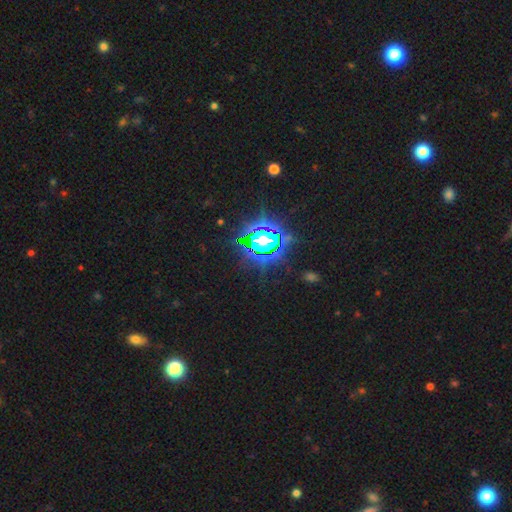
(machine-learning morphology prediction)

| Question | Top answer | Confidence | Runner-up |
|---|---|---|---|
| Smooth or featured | star or artifact | 81% | smooth (12%) |